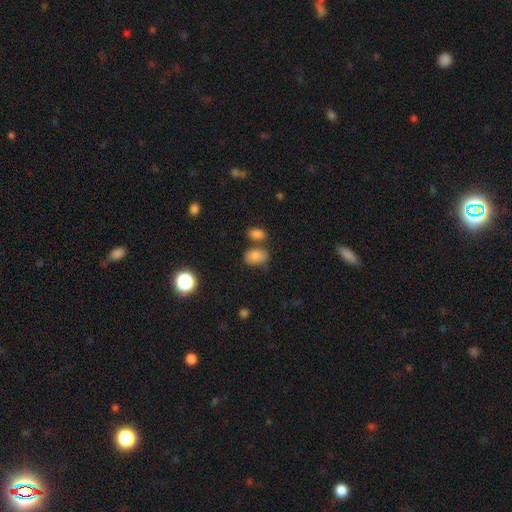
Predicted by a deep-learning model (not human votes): Q: Smooth or featured?
A: smooth (82%); runner-up: star or artifact (11%)
Q: How rounded?
A: in between (84%); runner-up: round (15%)
Q: Merging?
A: none (57%); runner-up: merger (22%)